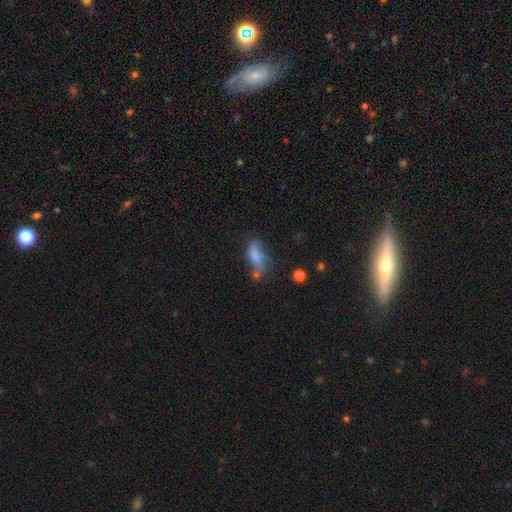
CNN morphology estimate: Smooth or featured? smooth (64%)
How rounded? in between (70%)
Merging? none (35%)